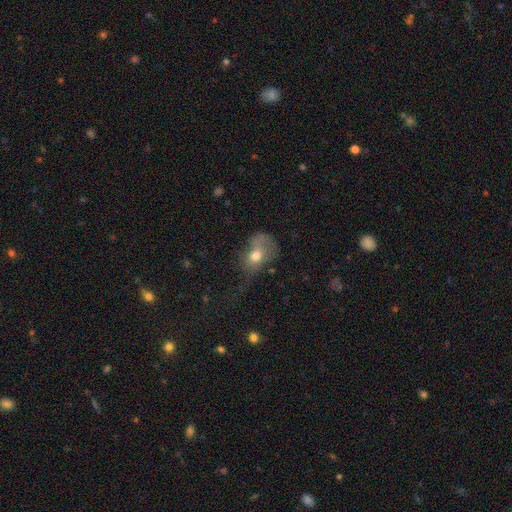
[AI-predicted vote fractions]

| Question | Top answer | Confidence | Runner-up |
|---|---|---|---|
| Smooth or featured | smooth | 65% | featured or disk (25%) |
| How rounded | in between | 68% | round (30%) |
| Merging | major disturbance | 53% | minor disturbance (24%) |